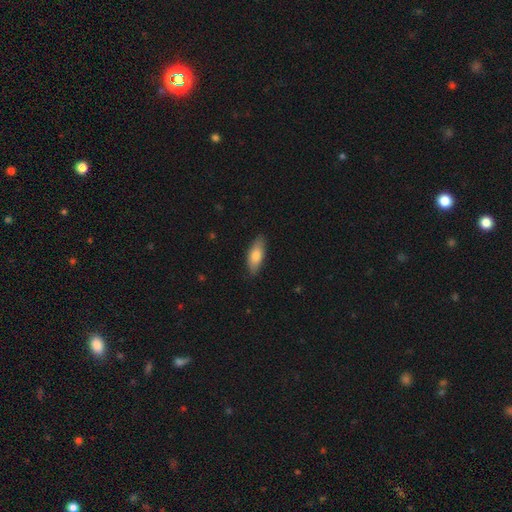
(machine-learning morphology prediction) type=smooth (79%); roundness=in between (75%); merging=none (83%).